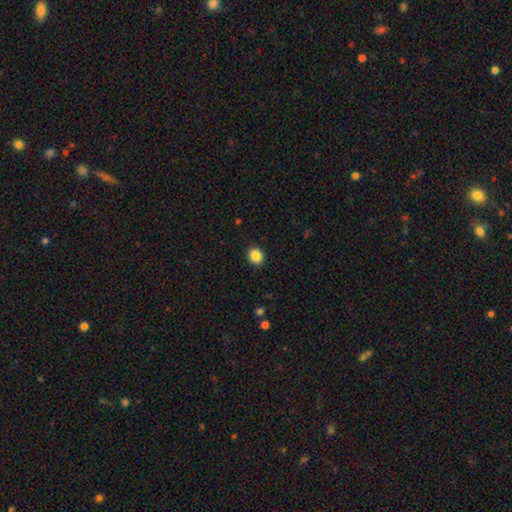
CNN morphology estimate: Smooth or featured? smooth (87%)
How rounded? round (76%)
Merging? none (92%)